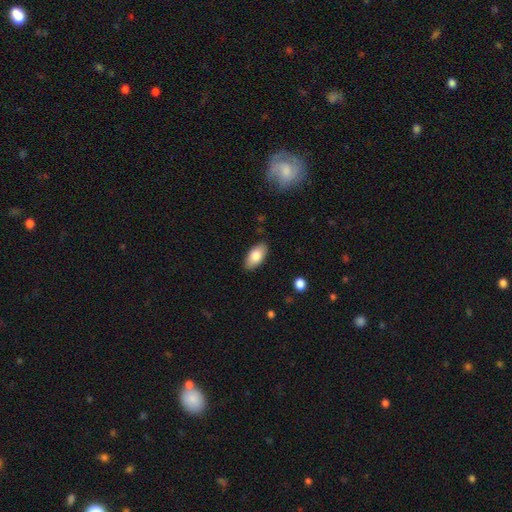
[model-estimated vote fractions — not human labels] Smooth or featured: smooth — 81% (featured or disk — 12%)
How rounded: in between — 94% (cigar-shaped — 3%)
Merging: none — 87% (minor disturbance — 10%)